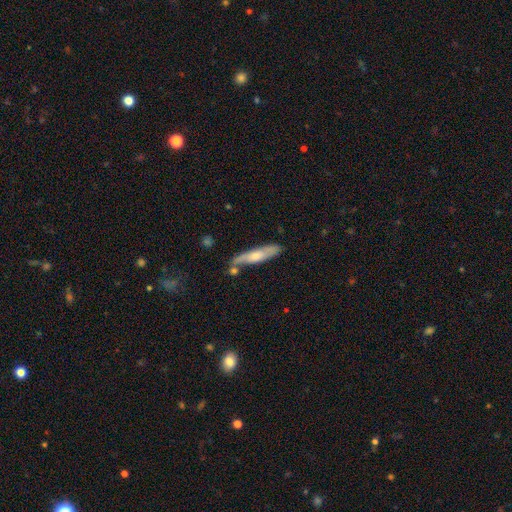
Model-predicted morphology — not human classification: A smooth galaxy with no disk features (54%) that is cigar-shaped (82%). Merging: none (63%).